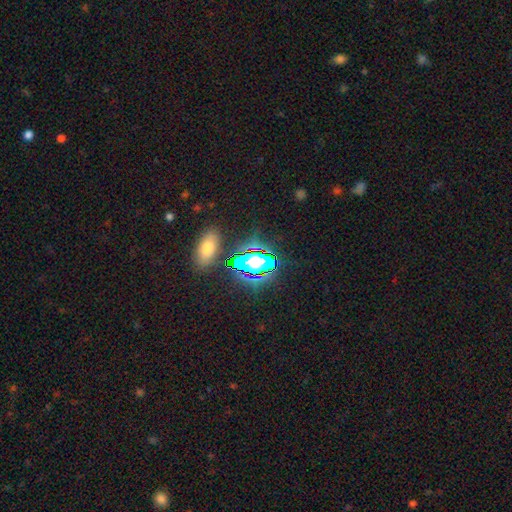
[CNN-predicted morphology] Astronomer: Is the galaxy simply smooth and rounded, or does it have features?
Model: star or artifact — 62%.